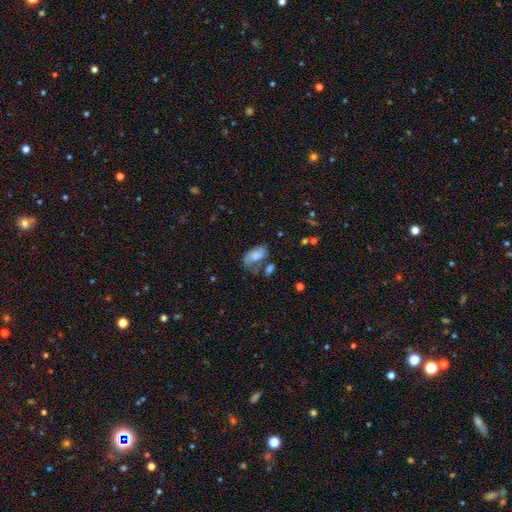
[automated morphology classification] Smooth or featured? smooth (61%)
How rounded? in between (91%)
Merging? none (40%)